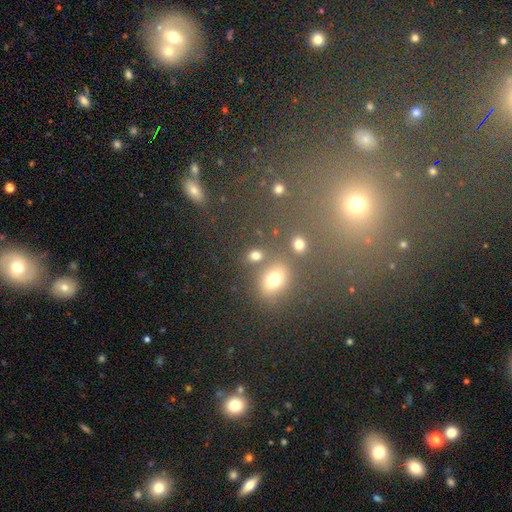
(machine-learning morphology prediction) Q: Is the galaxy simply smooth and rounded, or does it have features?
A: smooth — 74%.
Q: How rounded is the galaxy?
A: in between — 53%.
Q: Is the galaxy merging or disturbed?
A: none — 69%.